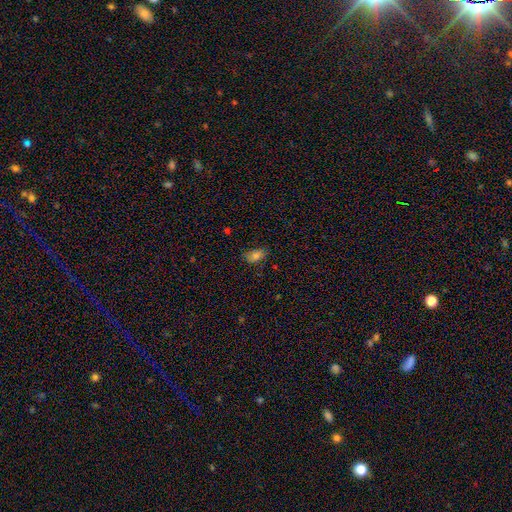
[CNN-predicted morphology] smooth 79%, star or artifact 12%, featured or disk 9%. Down the decision tree: how rounded — in between (86%); merging — none (71%).